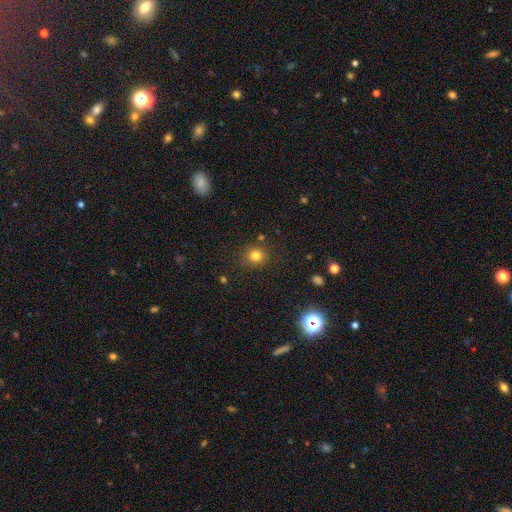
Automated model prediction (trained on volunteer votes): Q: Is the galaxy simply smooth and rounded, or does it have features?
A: smooth — 79%.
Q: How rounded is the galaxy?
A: round — 85%.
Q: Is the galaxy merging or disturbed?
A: none — 84%.